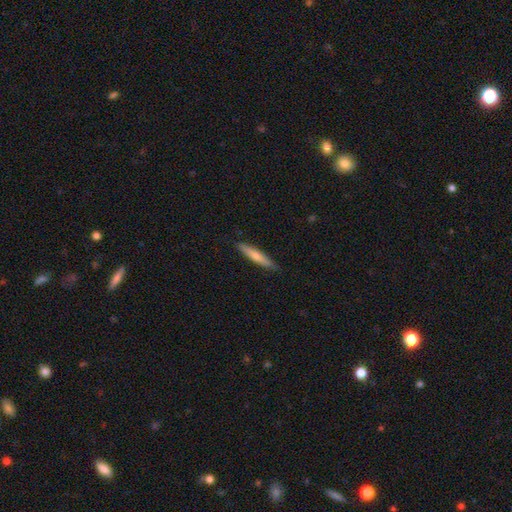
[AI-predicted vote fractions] The model was most divided on "smooth or featured": smooth: 52%, featured or disk: 42%, star or artifact: 6%. More confident: how rounded — cigar-shaped (93%); merging — none (89%).